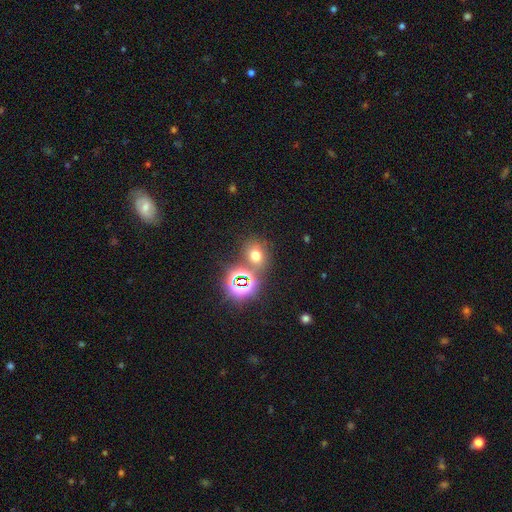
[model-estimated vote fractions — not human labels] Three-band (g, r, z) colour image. It shows a smooth galaxy with no disk features (57%) that is round (63%). Merging: none (67%).